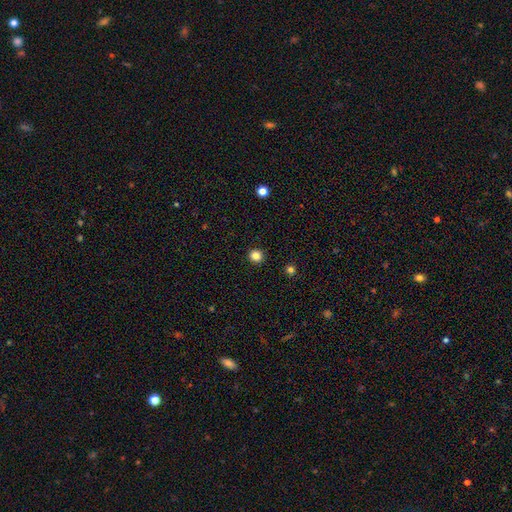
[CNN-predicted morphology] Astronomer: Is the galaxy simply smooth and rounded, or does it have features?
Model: smooth — 84%.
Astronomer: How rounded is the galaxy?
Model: round — 93%.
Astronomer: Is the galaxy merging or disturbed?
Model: none — 93%.